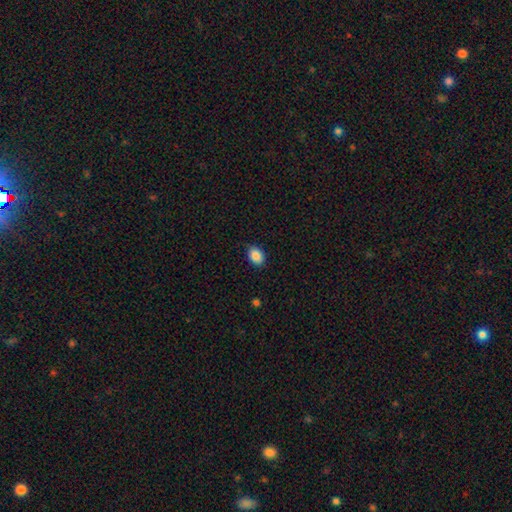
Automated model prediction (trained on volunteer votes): A smooth galaxy with no disk features (88%) that is in between round and cigar-shaped (77%). Merging: none (85%).